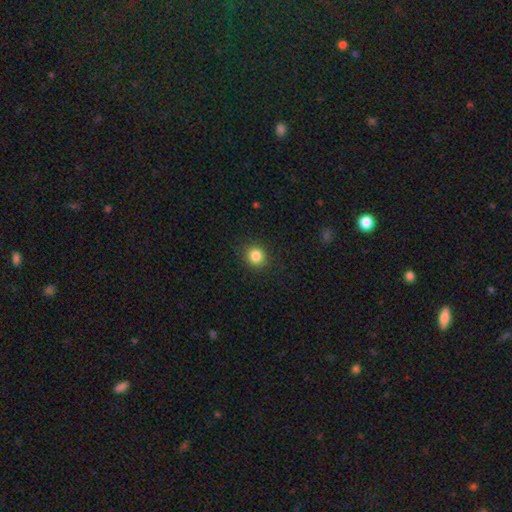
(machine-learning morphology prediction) The model was most divided on "smooth or featured": smooth: 85%, star or artifact: 11%, featured or disk: 4%. More confident: merging — none (90%); how rounded — round (87%).